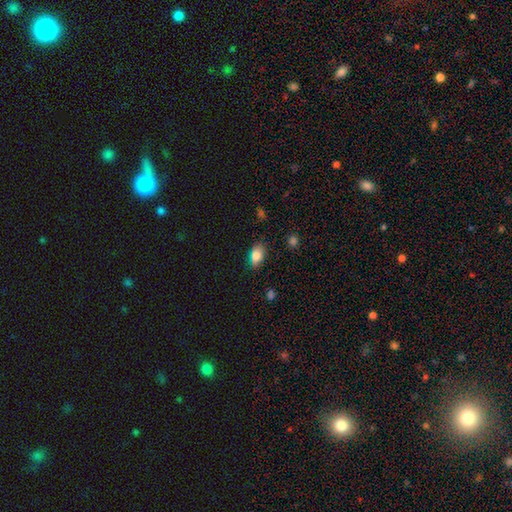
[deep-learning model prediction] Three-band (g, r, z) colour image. It shows a smooth galaxy with no disk features (82%) that is in between round and cigar-shaped (86%). Merging: none (74%).